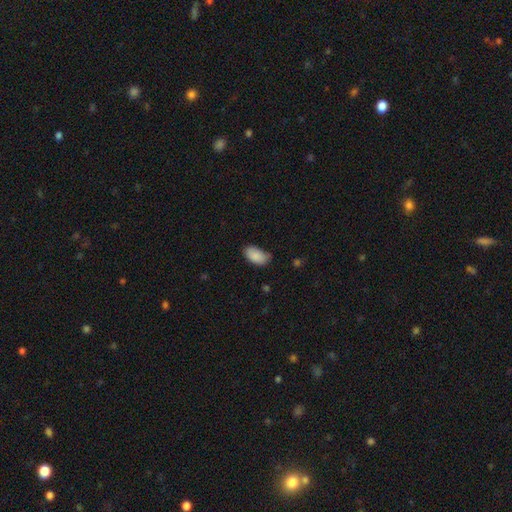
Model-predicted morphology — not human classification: This is clearly a smooth galaxy (87%). How rounded: clearly in between (95%). Merging: likely none (67%).